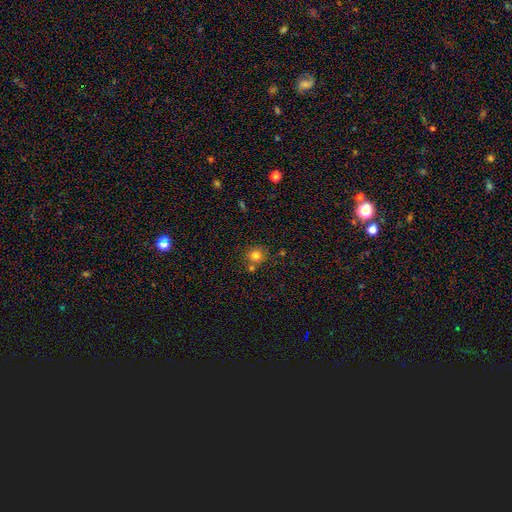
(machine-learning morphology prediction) smooth-or-featured: smooth: 79% | star or artifact: 13% | featured or disk: 8%
  how-rounded: round: 87% | in between: 12% | cigar-shaped: 1%
  merging: none: 67% | merger: 19% | minor disturbance: 11% | major disturbance: 3%